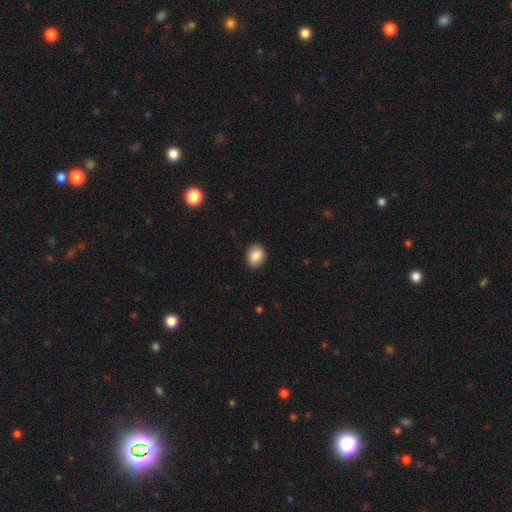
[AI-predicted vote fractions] The model was most divided on "how rounded": in between: 58%, round: 41%, cigar-shaped: 1%. More confident: merging — none (89%); smooth or featured — smooth (88%).